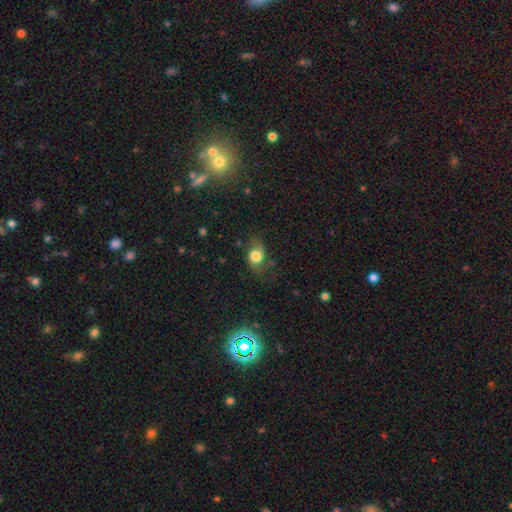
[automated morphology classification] Smooth or featured: smooth — 62% (featured or disk — 27%)
How rounded: round — 53% (in between — 46%)
Merging: none — 58% (minor disturbance — 25%)